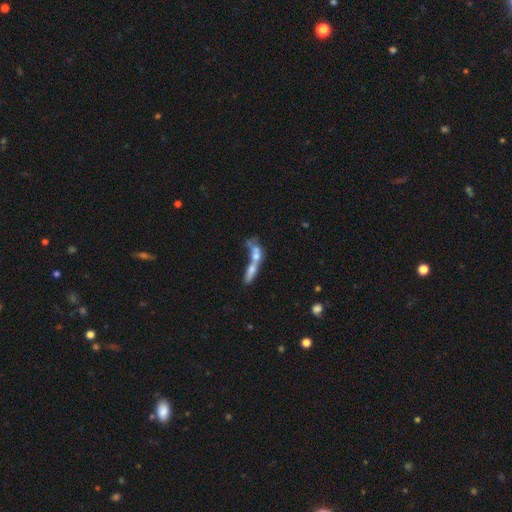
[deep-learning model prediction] Smooth or featured? featured or disk (45%)
Merging? merger (63%)